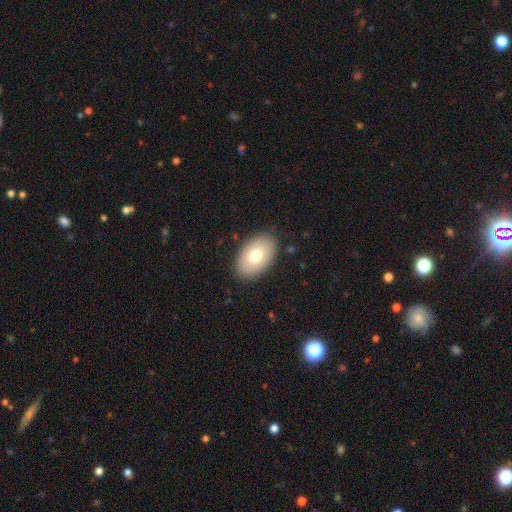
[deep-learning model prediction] smooth_or_featured: smooth (p=0.73) [alt: featured or disk p=0.21]
how_rounded: in between (p=0.92) [alt: round p=0.07]
merging: none (p=0.87) [alt: minor disturbance p=0.10]